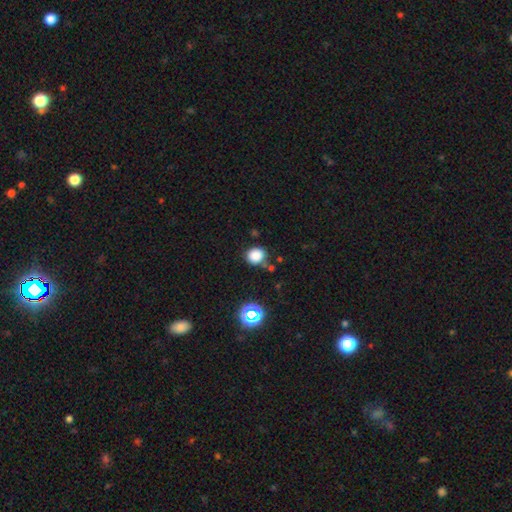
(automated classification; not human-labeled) smooth_or_featured: smooth (p=0.82) [alt: star or artifact p=0.13]
how_rounded: round (p=0.84) [alt: in between p=0.15]
merging: none (p=0.78) [alt: minor disturbance p=0.13]